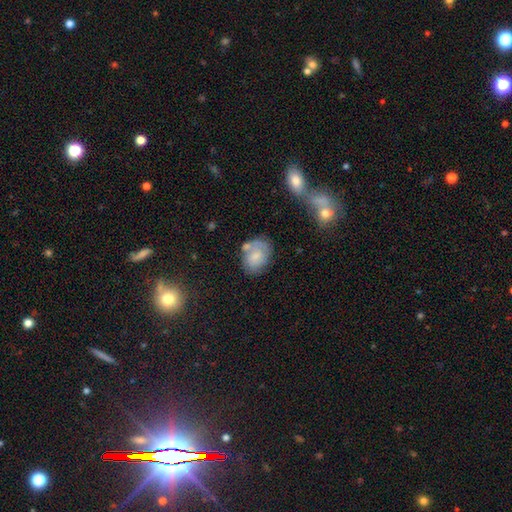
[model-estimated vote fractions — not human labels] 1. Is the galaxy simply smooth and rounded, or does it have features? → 60% smooth, 32% featured or disk, 8% star or artifact.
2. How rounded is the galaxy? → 69% in between, 30% round, 1% cigar-shaped.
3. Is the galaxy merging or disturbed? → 53% none, 24% minor disturbance, 14% merger, 9% major disturbance.